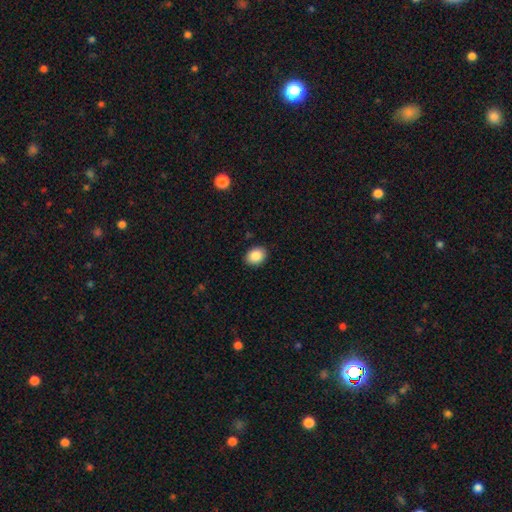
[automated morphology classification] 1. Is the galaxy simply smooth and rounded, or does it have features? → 87% smooth, 8% star or artifact, 5% featured or disk.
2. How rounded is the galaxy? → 63% in between, 36% round, 1% cigar-shaped.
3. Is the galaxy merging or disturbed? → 89% none, 8% minor disturbance, 2% major disturbance, 1% merger.